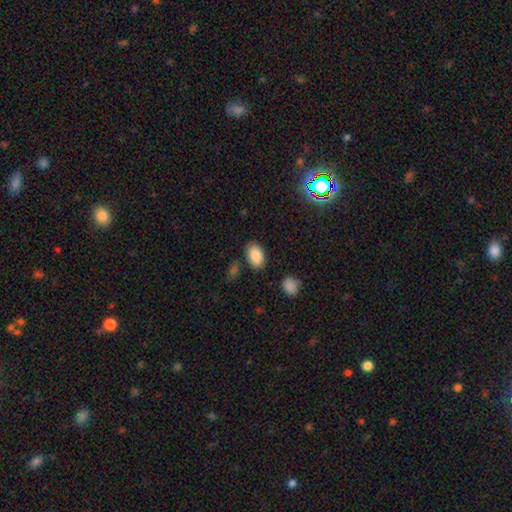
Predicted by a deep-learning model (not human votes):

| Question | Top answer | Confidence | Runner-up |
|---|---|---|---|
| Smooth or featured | smooth | 87% | star or artifact (7%) |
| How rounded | in between | 89% | round (9%) |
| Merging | none | 81% | minor disturbance (12%) |